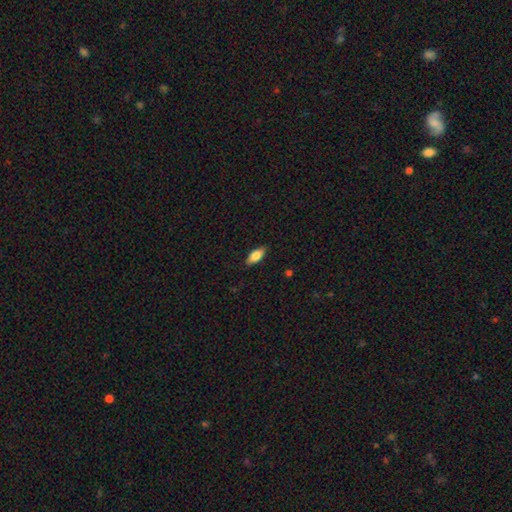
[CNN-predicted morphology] This appears to be a smooth galaxy with no disk features (78%) that is in between round and cigar-shaped (83%). Merging: none (87%).